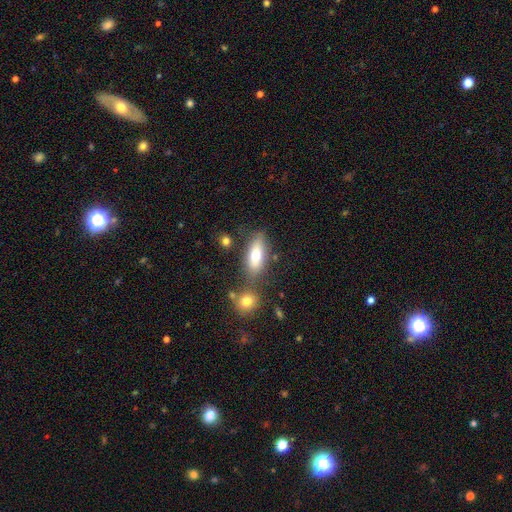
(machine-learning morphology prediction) Smooth or featured? smooth (69%)
How rounded? in between (75%)
Merging? none (66%)